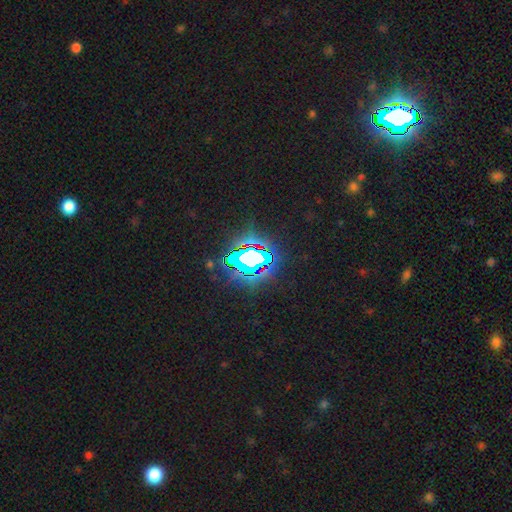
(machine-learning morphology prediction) A star or artifact, not a galaxy (68%).

Vote fractions:
- Smooth or featured? star or artifact: 68% / smooth: 16% / featured or disk: 16%